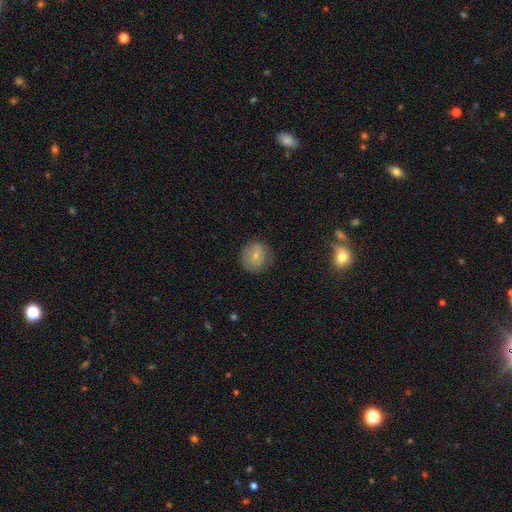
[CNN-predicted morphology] smooth-or-featured: smooth: 71% | featured or disk: 20% | star or artifact: 8%
  how-rounded: round: 88% | in between: 11% | cigar-shaped: 1%
  merging: none: 75% | minor disturbance: 19% | major disturbance: 5% | merger: 1%